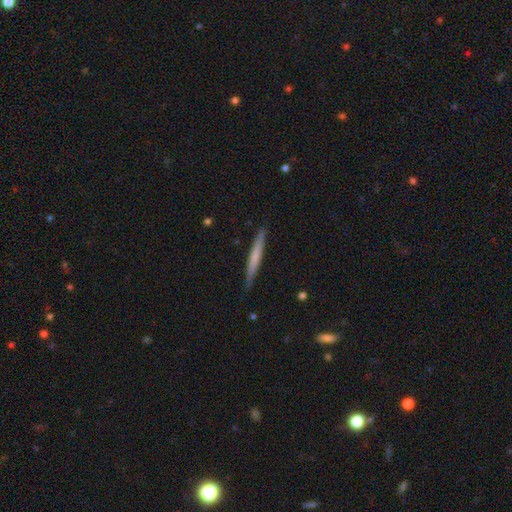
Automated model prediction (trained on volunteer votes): smooth-or-featured: smooth: 57% | featured or disk: 38% | star or artifact: 5%
  how-rounded: cigar-shaped: 97% | in between: 2% | round: 1%
  merging: none: 88% | minor disturbance: 9% | major disturbance: 1% | merger: 1%